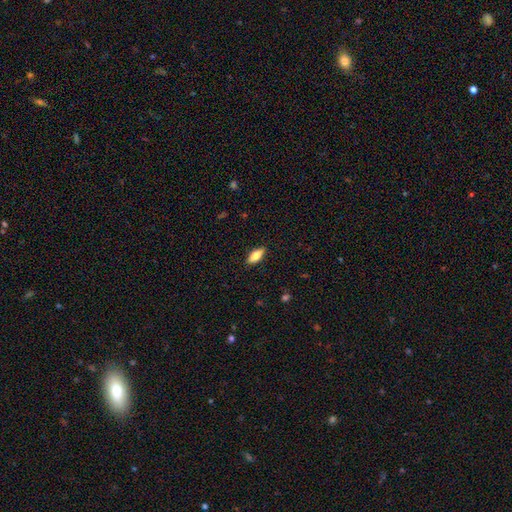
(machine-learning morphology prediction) type=smooth (69%); roundness=in between (78%); merging=none (88%).